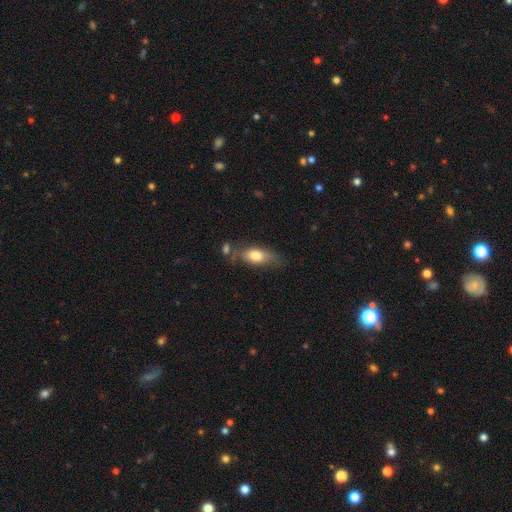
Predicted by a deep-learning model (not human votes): smooth-or-featured: smooth: 73% | featured or disk: 21% | star or artifact: 7%
  how-rounded: in between: 79% | cigar-shaped: 16% | round: 5%
  merging: none: 57% | minor disturbance: 24% | merger: 10% | major disturbance: 9%